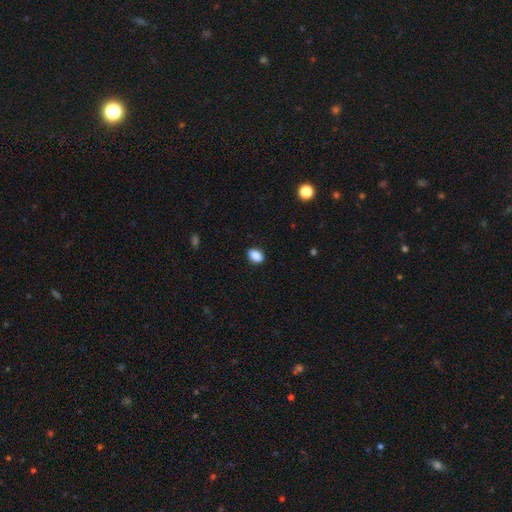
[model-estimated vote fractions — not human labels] smooth_or_featured: smooth (p=0.89) [alt: star or artifact p=0.08]
how_rounded: in between (p=0.82) [alt: round p=0.17]
merging: none (p=0.88) [alt: minor disturbance p=0.09]